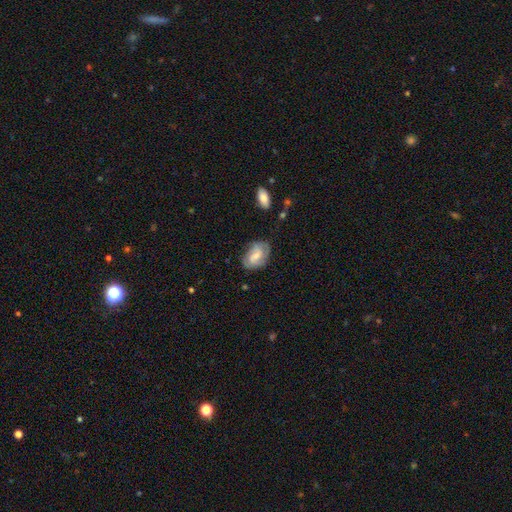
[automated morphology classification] A featured or disk galaxy (52%).

Vote fractions:
- Smooth or featured? featured or disk: 52% / smooth: 41% / star or artifact: 7%
- Edge-on disk? no: 96% / yes: 4%
- Merging? none: 68% / minor disturbance: 23% / major disturbance: 7% / merger: 2%